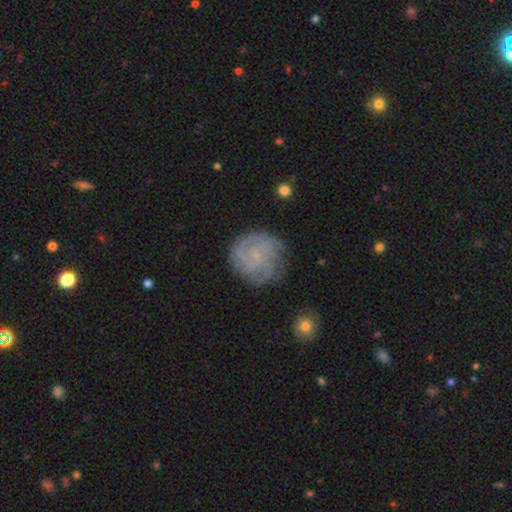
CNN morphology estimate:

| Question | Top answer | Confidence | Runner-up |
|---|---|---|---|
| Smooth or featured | featured or disk | 79% | smooth (14%) |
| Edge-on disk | no | 98% | yes (2%) |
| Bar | no | 74% | weak (22%) |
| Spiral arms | yes | 96% | no (4%) |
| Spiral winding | tight | 69% | medium (25%) |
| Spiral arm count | can't tell | 27% | 3 (24%) |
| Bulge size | small | 80% | none (10%) |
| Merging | none | 76% | minor disturbance (16%) |